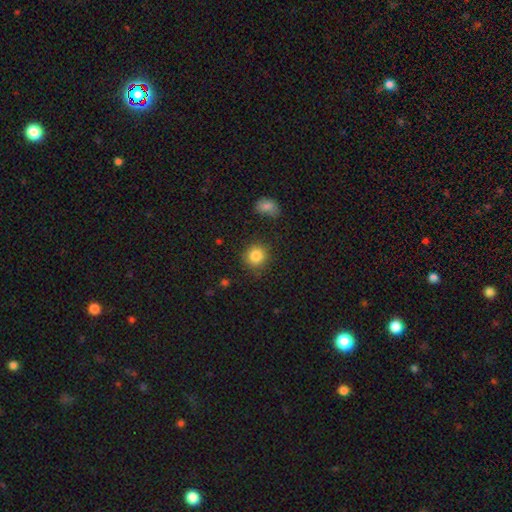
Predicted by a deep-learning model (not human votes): This is clearly a smooth galaxy (85%). How rounded: clearly round (90%). Merging: clearly none (86%).